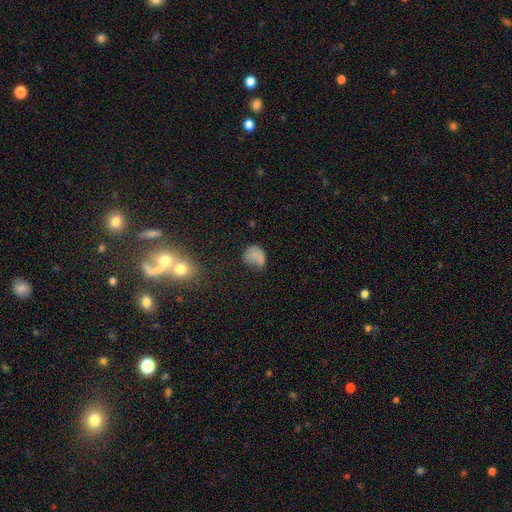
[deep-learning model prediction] This is likely a smooth galaxy (72%). How rounded: likely round (64%). Merging: possibly none (48%).